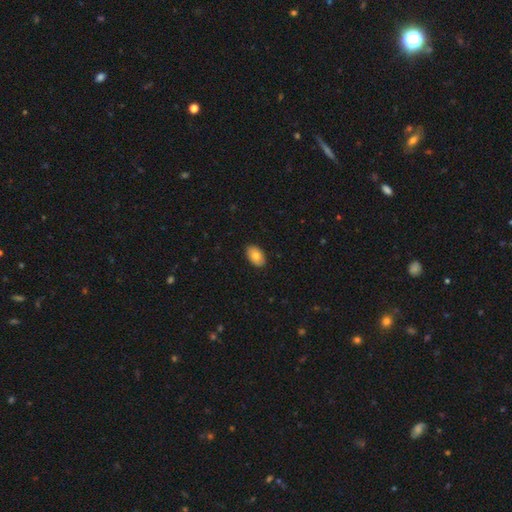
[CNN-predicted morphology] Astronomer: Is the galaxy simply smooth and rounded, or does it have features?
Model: smooth — 81%.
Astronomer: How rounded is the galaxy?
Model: in between — 92%.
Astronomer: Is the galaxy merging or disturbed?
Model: none — 89%.